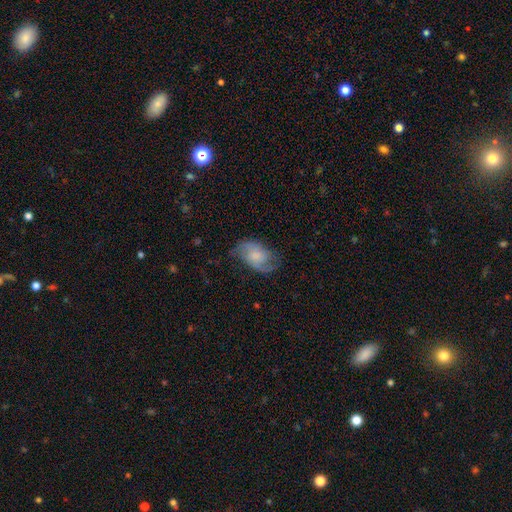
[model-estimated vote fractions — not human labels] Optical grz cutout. It shows a featured or disk galaxy (66%) with no bar (62%), 2 (84%) medium (46%) spiral arms (91%) and a moderate central bulge (33%). Merging: none (63%).